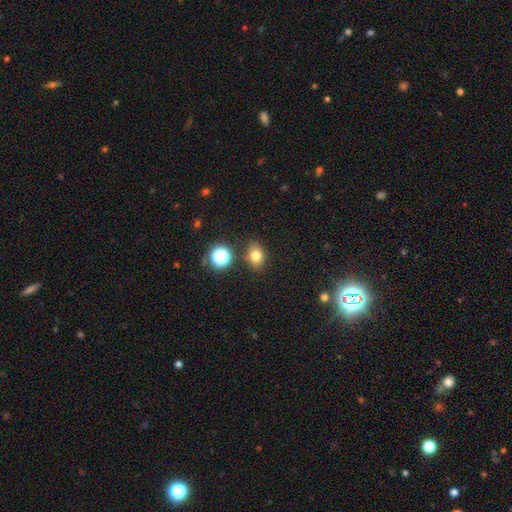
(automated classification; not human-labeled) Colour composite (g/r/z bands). It shows a smooth galaxy with no disk features (76%) that is in between round and cigar-shaped (61%). Merging: none (82%).